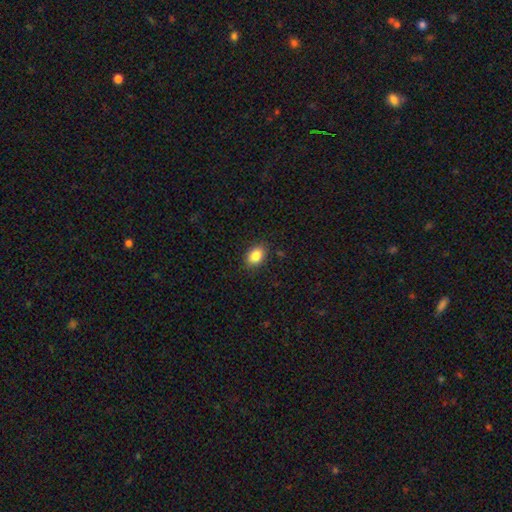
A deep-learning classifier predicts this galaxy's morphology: Smooth or featured?
  - smooth: 86% *
  - star or artifact: 8%
  - featured or disk: 6%
How rounded?
  - in between: 80% *
  - round: 19%
  - cigar-shaped: 1%
Merging?
  - none: 86% *
  - minor disturbance: 10%
  - major disturbance: 3%
  - merger: 1%